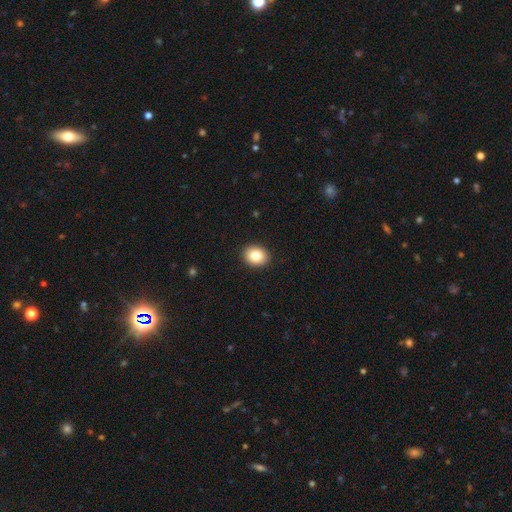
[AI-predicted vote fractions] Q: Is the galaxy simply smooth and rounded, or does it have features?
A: smooth — 84%.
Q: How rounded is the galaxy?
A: round — 52%.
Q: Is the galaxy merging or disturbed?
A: none — 92%.